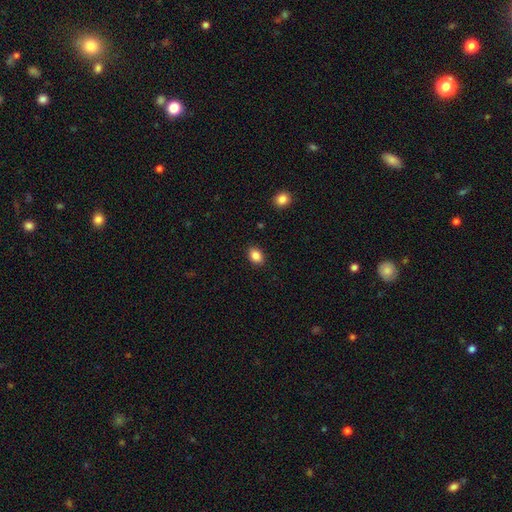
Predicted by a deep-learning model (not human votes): Smooth or featured: smooth — 86% (star or artifact — 9%)
How rounded: in between — 76% (round — 23%)
Merging: none — 89% (minor disturbance — 8%)